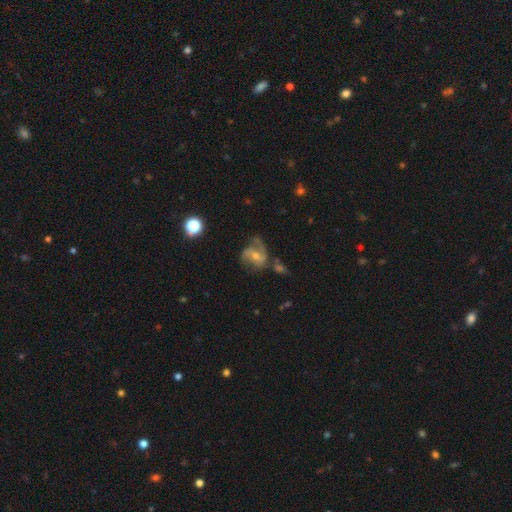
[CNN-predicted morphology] Overall: featured or disk (76%). Edge-on disk: no (97%). Bar: weak (46%; no 37%). Spiral arms: yes (92%). Spiral arm count: 2 (58%). Spiral winding: medium (49%; loose 29%). Bulge size: small (52%; moderate 42%). Merging: none (51%; minor disturbance 21%).